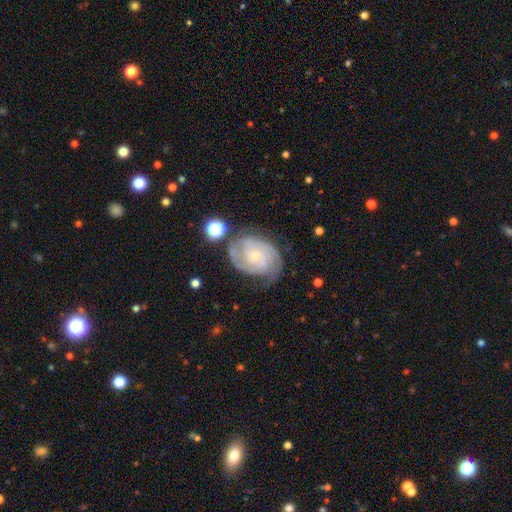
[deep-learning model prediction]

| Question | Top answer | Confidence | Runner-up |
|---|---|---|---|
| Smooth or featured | featured or disk | 88% | smooth (7%) |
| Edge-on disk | no | 98% | yes (2%) |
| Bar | no | 71% | weak (23%) |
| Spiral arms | yes | 98% | no (2%) |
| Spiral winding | tight | 71% | medium (24%) |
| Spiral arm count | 2 | 42% | 3 (24%) |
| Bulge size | small | 78% | moderate (17%) |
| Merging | none | 68% | minor disturbance (20%) |